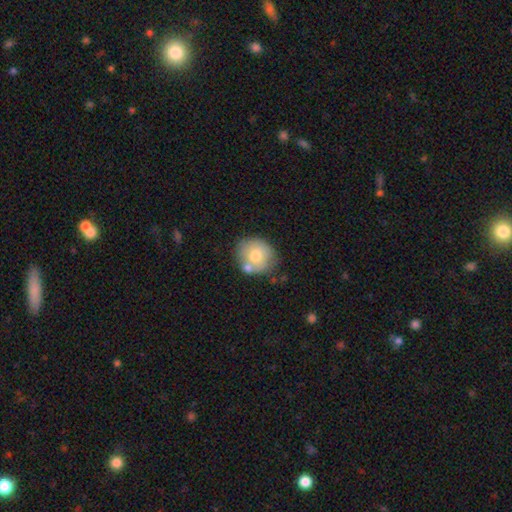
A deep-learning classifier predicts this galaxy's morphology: A smooth galaxy with no disk features (68%) that is round (83%). Merging: none (61%).